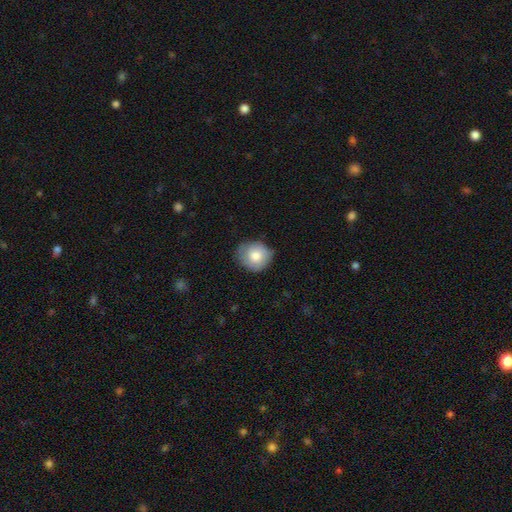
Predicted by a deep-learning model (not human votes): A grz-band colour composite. It shows a smooth galaxy with no disk features (79%) that is round (81%). Merging: none (70%).